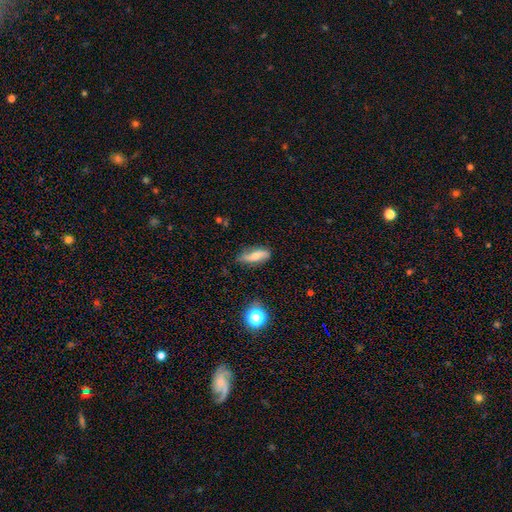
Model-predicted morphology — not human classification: smooth_or_featured: featured or disk (p=0.47) [alt: smooth p=0.44]
merging: none (p=0.72) [alt: minor disturbance p=0.21]